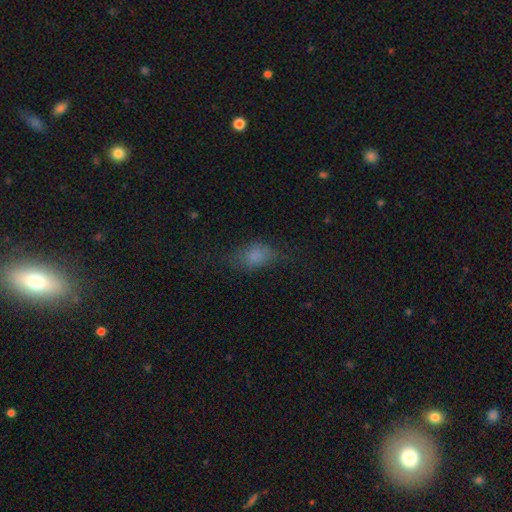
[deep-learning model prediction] smooth 73%, star or artifact 14%, featured or disk 13%. Down the decision tree: how rounded — in between (80%); merging — none (54%).